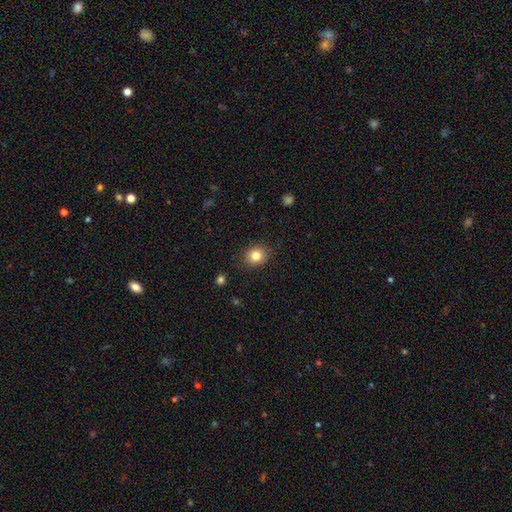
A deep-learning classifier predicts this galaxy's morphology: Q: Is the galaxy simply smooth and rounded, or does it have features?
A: smooth — 82%.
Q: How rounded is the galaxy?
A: round — 70%.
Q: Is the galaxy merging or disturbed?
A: none — 87%.